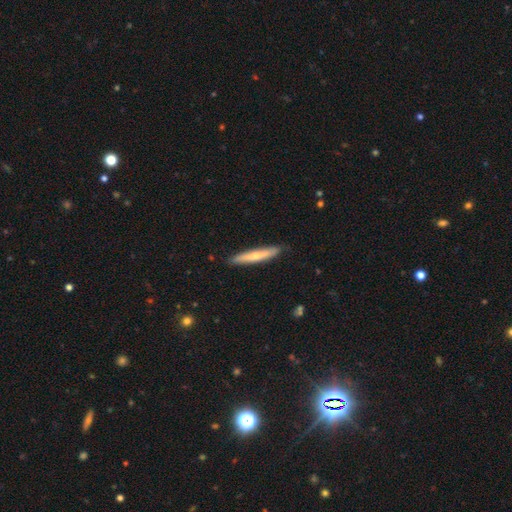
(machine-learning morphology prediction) This is possibly a smooth galaxy (58%). How rounded: clearly cigar-shaped (92%). Merging: clearly none (87%).